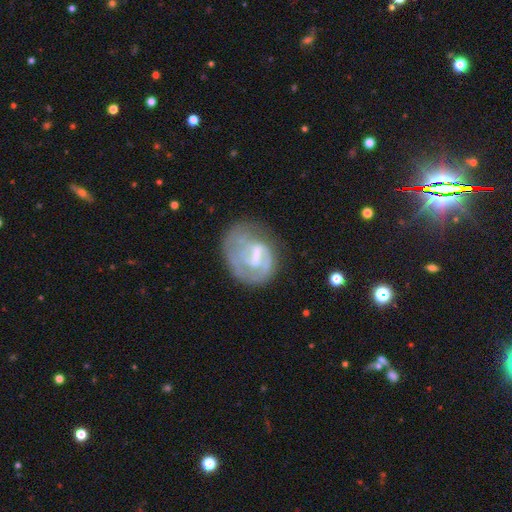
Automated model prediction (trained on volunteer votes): Smooth or featured? featured or disk (67%)
Edge-on disk? no (97%)
Bar? weak (51%)
Spiral arms? yes (70%)
Bulge size? small (35%)
Merging? none (45%)